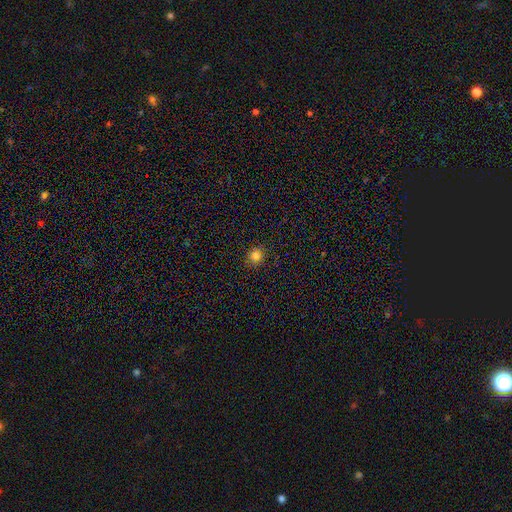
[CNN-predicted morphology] Smooth or featured: smooth — 82% (star or artifact — 13%)
How rounded: round — 86% (in between — 13%)
Merging: none — 90% (minor disturbance — 7%)